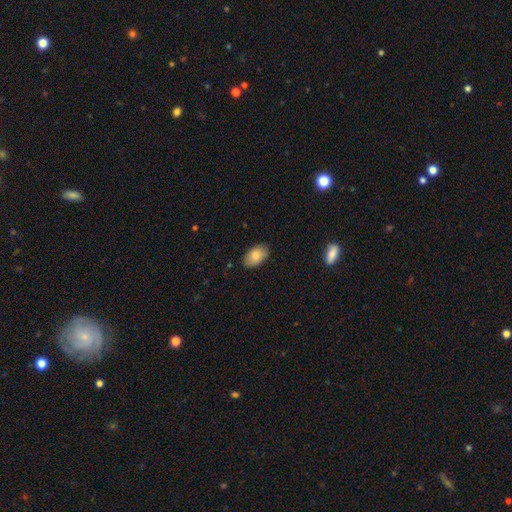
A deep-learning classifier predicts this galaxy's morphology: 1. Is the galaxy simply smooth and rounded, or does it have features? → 83% smooth, 10% featured or disk, 7% star or artifact.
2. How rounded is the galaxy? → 93% in between, 6% round, 1% cigar-shaped.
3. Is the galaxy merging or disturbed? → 86% none, 11% minor disturbance, 2% major disturbance, 1% merger.